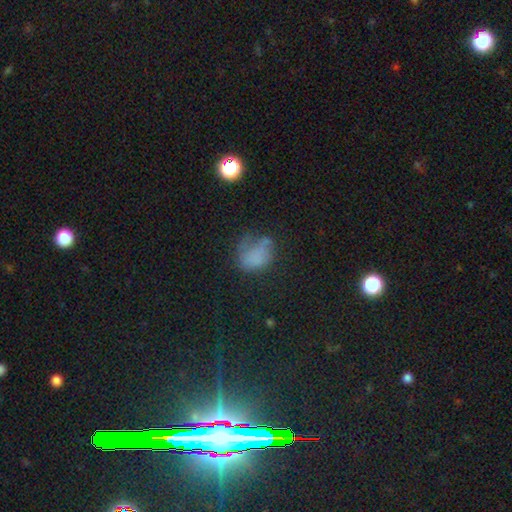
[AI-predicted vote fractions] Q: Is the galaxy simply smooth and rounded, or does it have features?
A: smooth — 62%.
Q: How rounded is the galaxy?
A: in between — 59%.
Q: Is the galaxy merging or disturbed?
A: none — 33%.